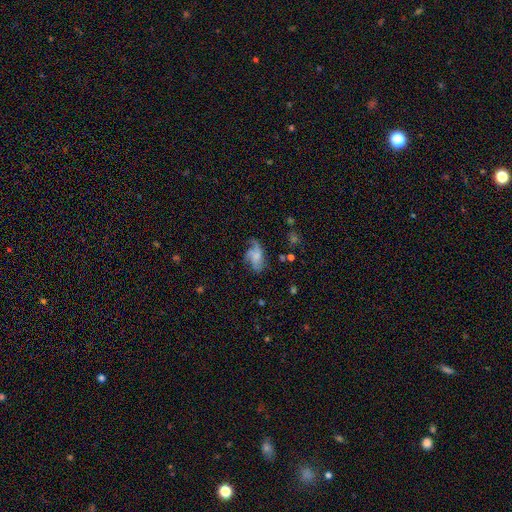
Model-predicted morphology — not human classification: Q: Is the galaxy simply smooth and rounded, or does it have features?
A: featured or disk — 55%.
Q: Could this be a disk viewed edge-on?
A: no — 96%.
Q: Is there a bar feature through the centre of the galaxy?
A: no — 72%.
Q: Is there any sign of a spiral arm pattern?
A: yes — 80%.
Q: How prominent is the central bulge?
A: none — 36%.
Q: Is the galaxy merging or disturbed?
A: none — 46%.